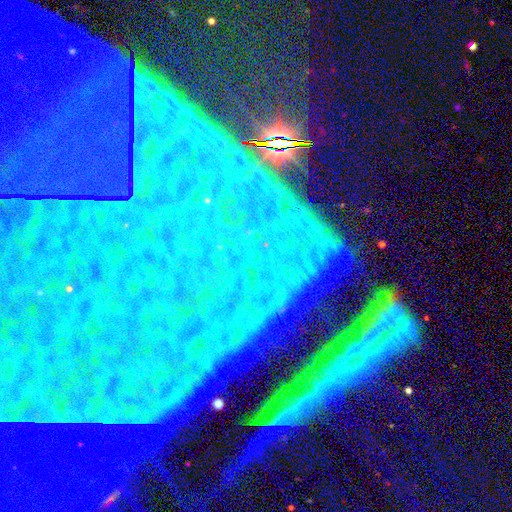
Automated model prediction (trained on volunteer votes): This is clearly a star or artifact rather than a galaxy (84%).